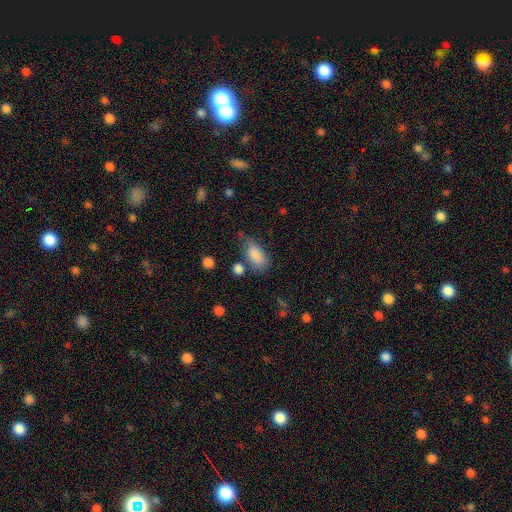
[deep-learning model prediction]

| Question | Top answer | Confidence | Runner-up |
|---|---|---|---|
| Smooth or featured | smooth | 85% | featured or disk (8%) |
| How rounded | in between | 90% | round (5%) |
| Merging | none | 58% | minor disturbance (25%) |